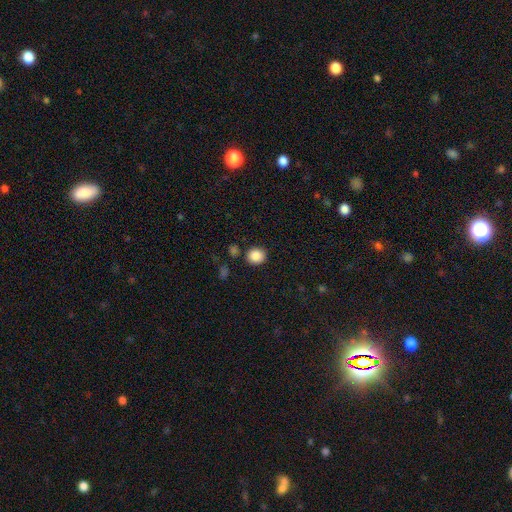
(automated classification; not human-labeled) smooth_or_featured: smooth (p=0.87) [alt: star or artifact p=0.09]
how_rounded: round (p=0.84) [alt: in between p=0.16]
merging: none (p=0.86) [alt: minor disturbance p=0.07]